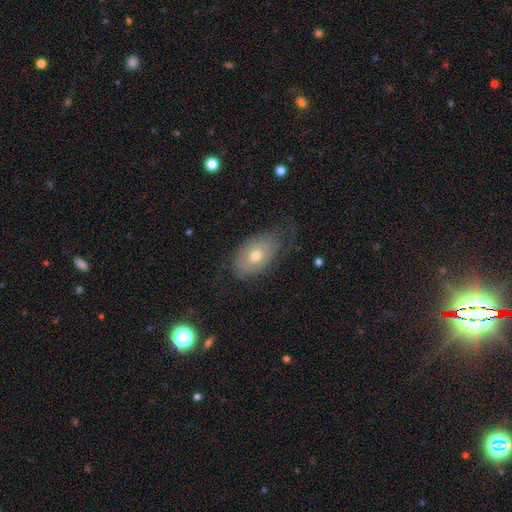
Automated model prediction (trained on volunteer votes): A smooth galaxy with no disk features (46%, tied with featured or disk).

Vote fractions:
- Smooth or featured? smooth: 46% (tied) / featured or disk: 46% (tied) / star or artifact: 8%
- Merging? none: 56% / minor disturbance: 27% / major disturbance: 16% / merger: 1%